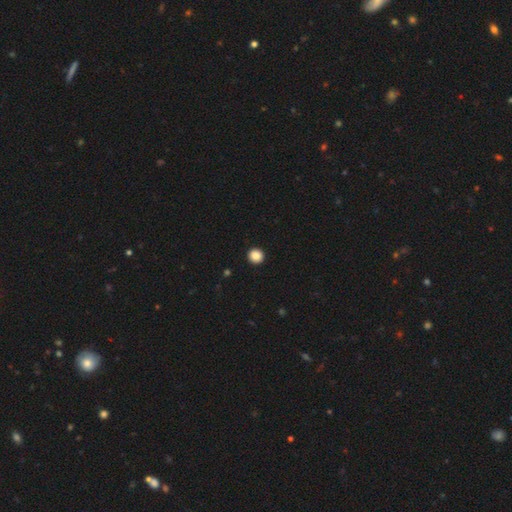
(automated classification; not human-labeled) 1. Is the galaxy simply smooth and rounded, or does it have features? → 88% smooth, 9% star or artifact, 2% featured or disk.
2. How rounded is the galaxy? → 92% round, 7% in between, 1% cigar-shaped.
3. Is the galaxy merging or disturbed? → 94% none, 4% minor disturbance, 1% major disturbance, 1% merger.